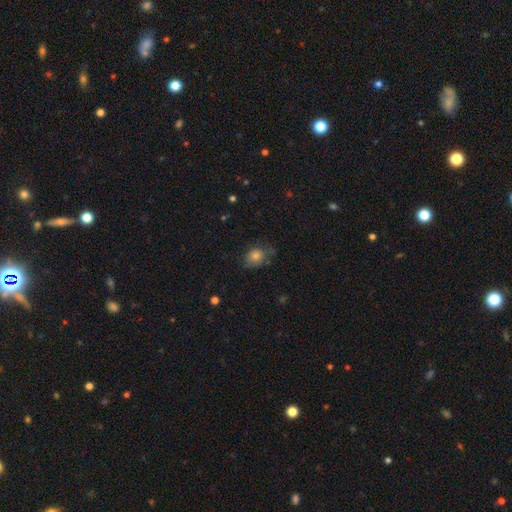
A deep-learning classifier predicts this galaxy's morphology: type=smooth (73%); roundness=round (51%); merging=none (60%).